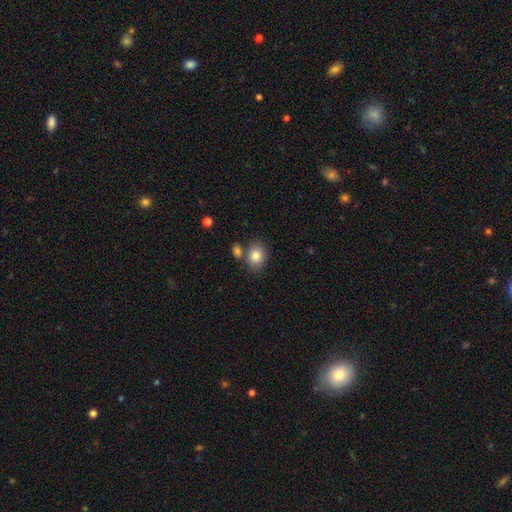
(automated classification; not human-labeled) This is clearly a smooth galaxy (84%). How rounded: possibly in between (55%). Merging: likely none (68%).